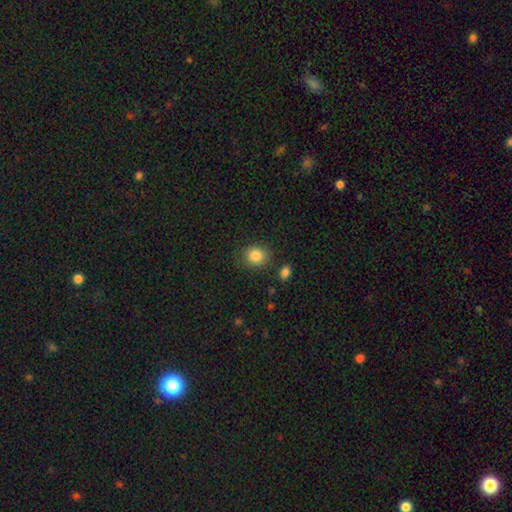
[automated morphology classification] The model was most divided on "how rounded": round: 72%, in between: 27%, cigar-shaped: 1%. More confident: smooth or featured — smooth (86%); merging — none (83%).